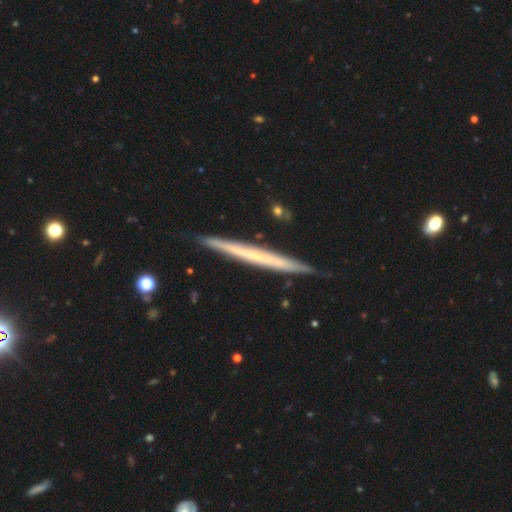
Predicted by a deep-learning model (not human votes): Smooth or featured: featured or disk — 61% (smooth — 34%)
Edge-on disk: yes — 96% (no — 4%)
Edge-on bulge: none — 87% (rounded — 9%)
Merging: none — 88% (minor disturbance — 9%)